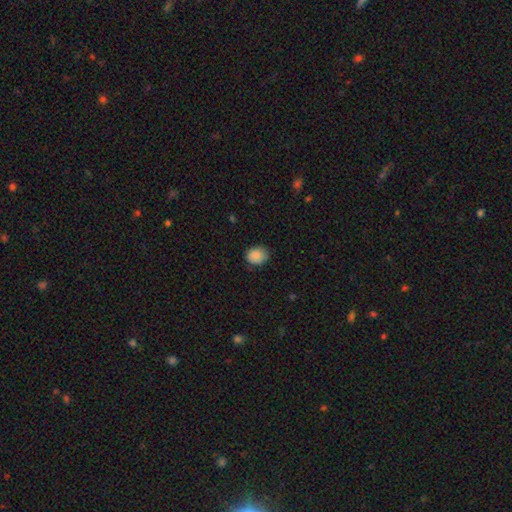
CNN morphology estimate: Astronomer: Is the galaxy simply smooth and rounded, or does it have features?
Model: smooth — 87%.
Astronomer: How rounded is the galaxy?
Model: round — 54% (runner-up: in between, 45%).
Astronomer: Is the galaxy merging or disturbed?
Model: none — 74%.